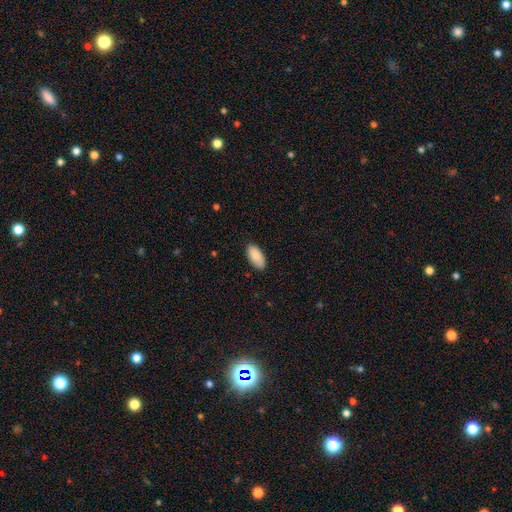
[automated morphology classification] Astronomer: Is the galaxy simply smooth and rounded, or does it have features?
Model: smooth — 88%.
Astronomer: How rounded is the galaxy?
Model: in between — 92%.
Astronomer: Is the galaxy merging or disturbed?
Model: none — 87%.